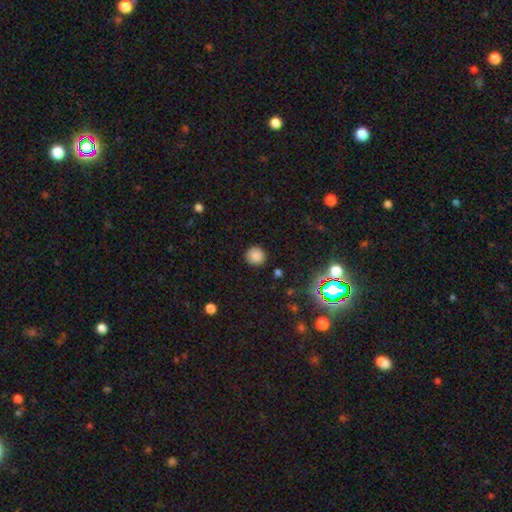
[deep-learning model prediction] This is clearly a smooth galaxy (84%). How rounded: clearly round (92%). Merging: clearly none (90%).